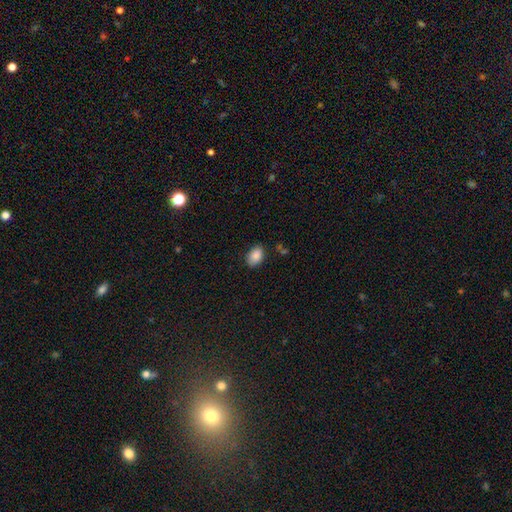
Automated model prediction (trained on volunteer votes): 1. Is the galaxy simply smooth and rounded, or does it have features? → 88% smooth, 8% star or artifact, 4% featured or disk.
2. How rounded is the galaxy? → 85% in between, 14% round, 1% cigar-shaped.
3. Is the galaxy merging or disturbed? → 83% none, 12% minor disturbance, 3% major disturbance, 2% merger.